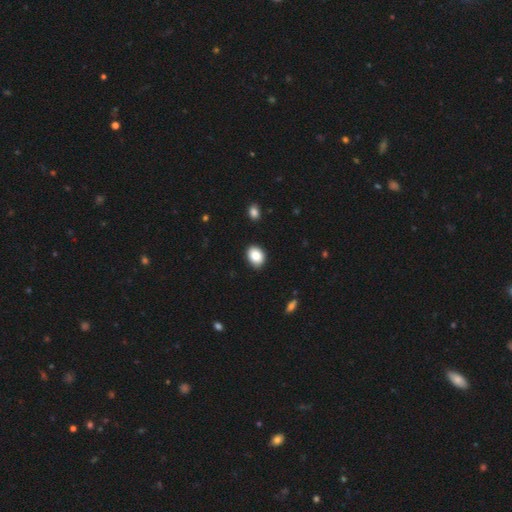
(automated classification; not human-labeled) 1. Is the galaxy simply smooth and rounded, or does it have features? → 86% smooth, 8% star or artifact, 6% featured or disk.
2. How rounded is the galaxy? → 67% in between, 32% round, 1% cigar-shaped.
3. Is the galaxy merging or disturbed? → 88% none, 9% minor disturbance, 2% major disturbance, 1% merger.